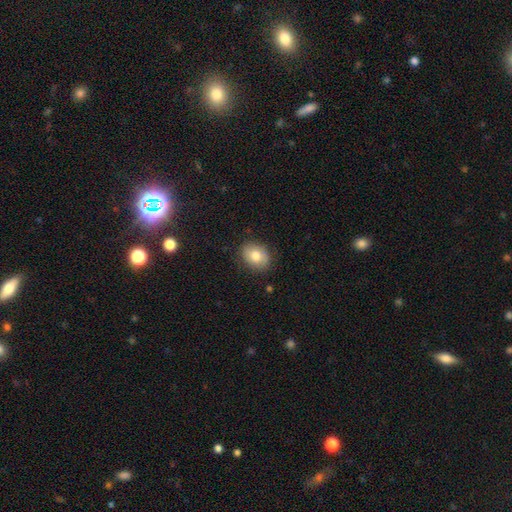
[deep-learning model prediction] This is likely a smooth galaxy (77%). How rounded: possibly in between (56%). Merging: clearly none (84%).